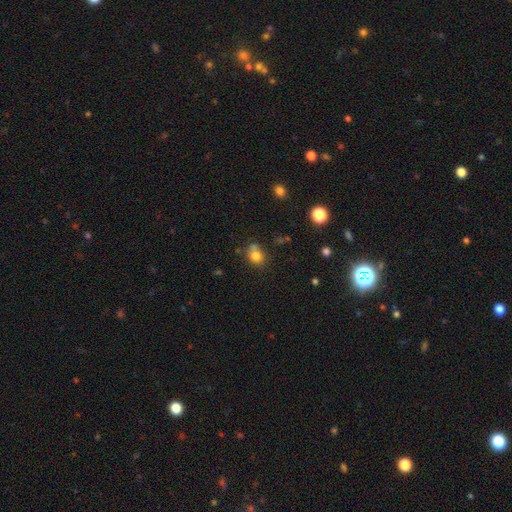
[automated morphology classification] A smooth galaxy with no disk features (77%) that is round (68%).

Vote fractions:
- Smooth or featured? smooth: 77% / star or artifact: 13% / featured or disk: 10%
- How rounded? round: 68% / in between: 31% / cigar-shaped: 1%
- Merging? none: 53% / merger: 24% / minor disturbance: 17% / major disturbance: 6%